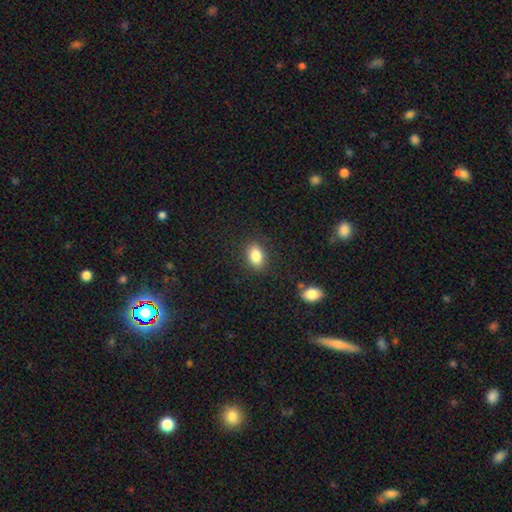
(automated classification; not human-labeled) smooth_or_featured: smooth (p=0.85) [alt: star or artifact p=0.09]
how_rounded: in between (p=0.80) [alt: round p=0.18]
merging: none (p=0.86) [alt: minor disturbance p=0.09]